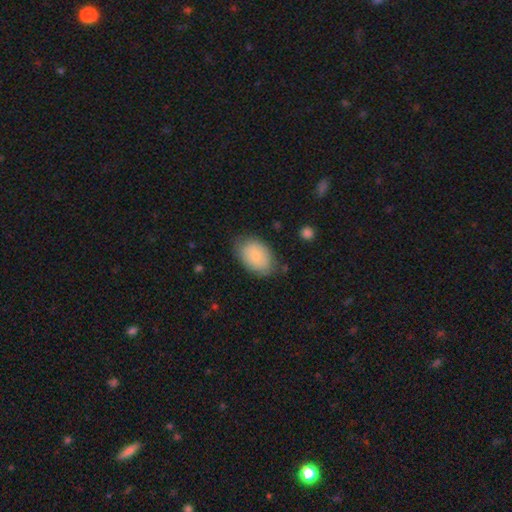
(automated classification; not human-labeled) Smooth or featured? smooth (78%)
How rounded? in between (89%)
Merging? none (75%)